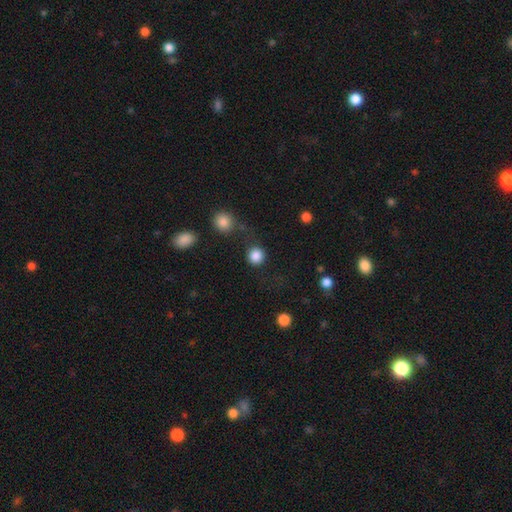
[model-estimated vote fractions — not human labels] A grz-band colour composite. It shows a smooth galaxy with no disk features (86%) that is round (92%). Merging: none (80%).